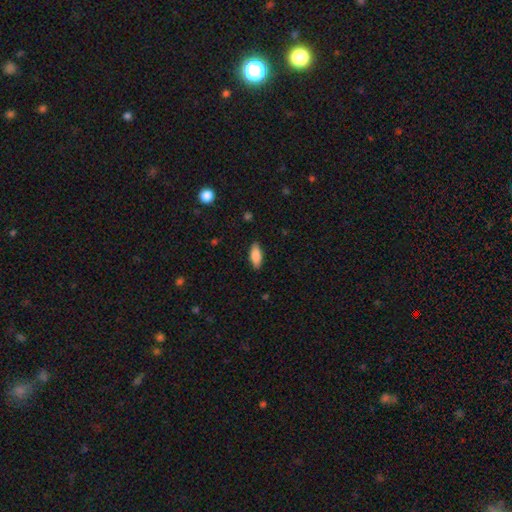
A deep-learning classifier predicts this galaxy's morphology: A smooth galaxy with no disk features (85%) that is in between round and cigar-shaped (83%).

Vote fractions:
- Smooth or featured? smooth: 85% / featured or disk: 9% / star or artifact: 6%
- How rounded? in between: 83% / cigar-shaped: 15% / round: 2%
- Merging? none: 87% / minor disturbance: 10% / major disturbance: 2% / merger: 1%